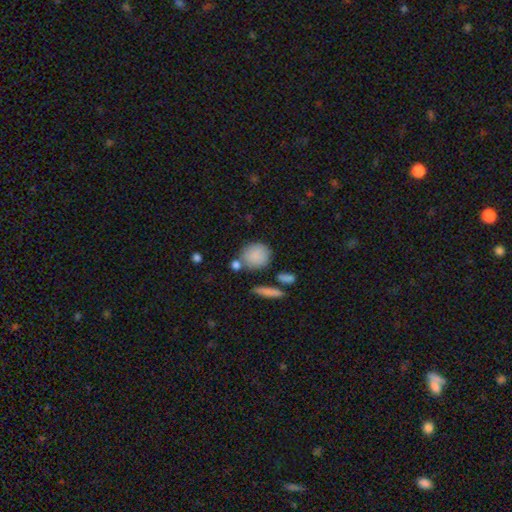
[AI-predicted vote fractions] A smooth galaxy with no disk features (85%) that is round (79%). Merging: none (66%).